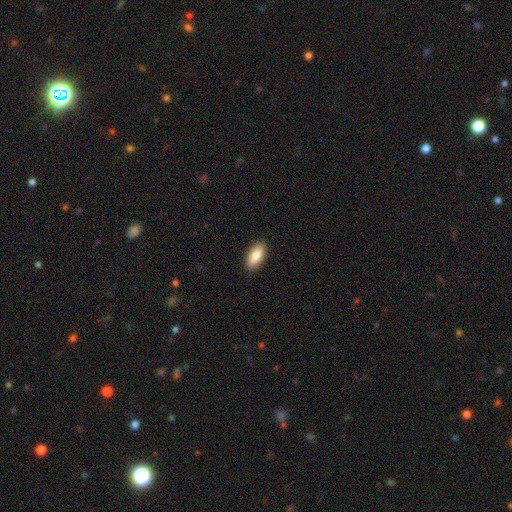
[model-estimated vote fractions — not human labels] A smooth galaxy with no disk features (85%) that is in between round and cigar-shaped (89%).

Vote fractions:
- Smooth or featured? smooth: 85% / featured or disk: 9% / star or artifact: 6%
- How rounded? in between: 89% / cigar-shaped: 8% / round: 2%
- Merging? none: 90% / minor disturbance: 8% / major disturbance: 2% / merger: 1%